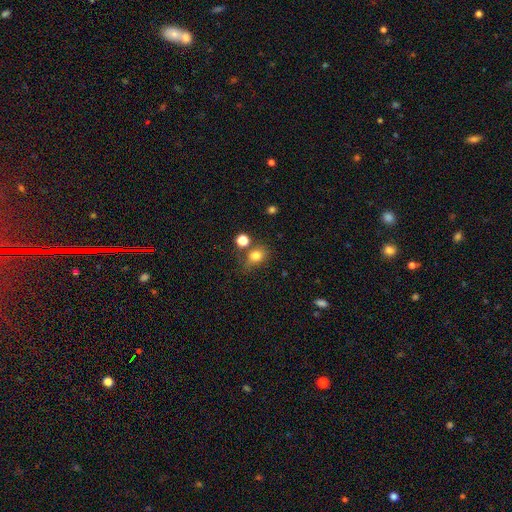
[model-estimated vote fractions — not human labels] The model was most divided on "how rounded": in between: 52%, round: 47%, cigar-shaped: 2%. More confident: smooth or featured — smooth (79%); merging — none (57%).